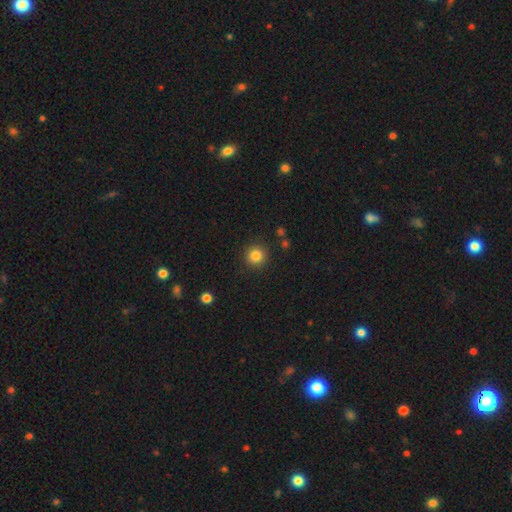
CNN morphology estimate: type=smooth (84%); roundness=round (95%); merging=none (90%).